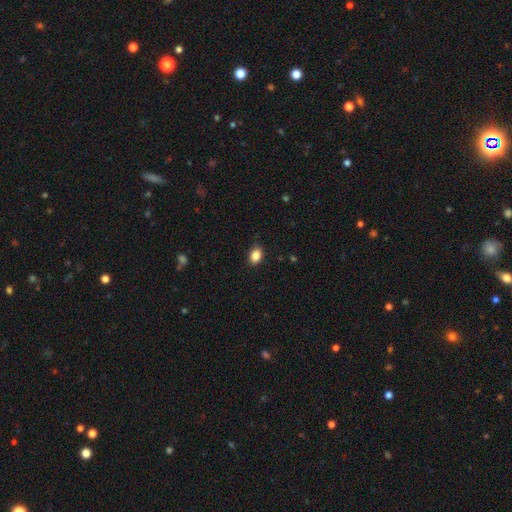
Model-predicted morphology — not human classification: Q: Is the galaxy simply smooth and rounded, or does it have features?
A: smooth — 87%.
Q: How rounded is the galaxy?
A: in between — 73%.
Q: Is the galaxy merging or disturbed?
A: none — 84%.